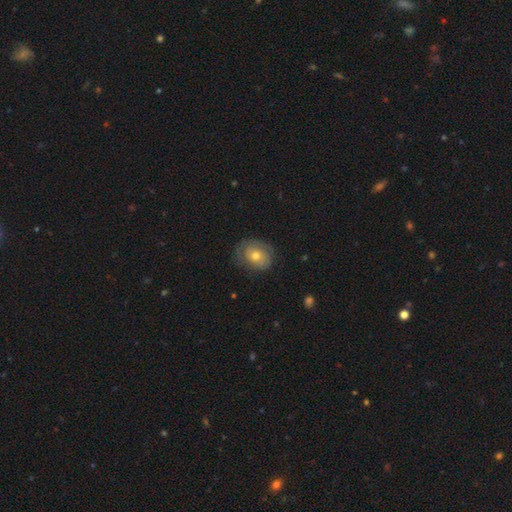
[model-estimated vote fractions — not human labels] Smooth or featured? featured or disk (50%)
Edge-on disk? no (96%)
Merging? none (68%)